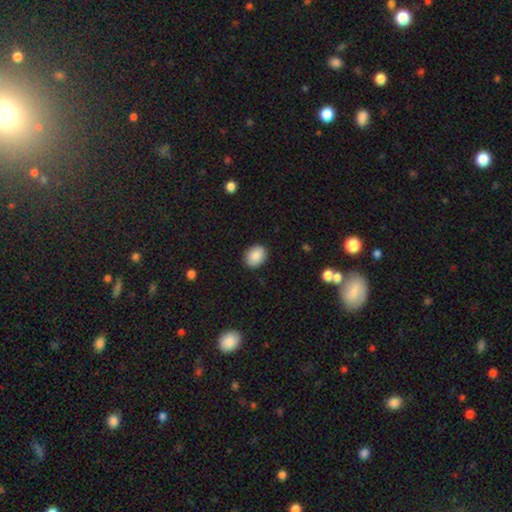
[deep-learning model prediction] A smooth galaxy with no disk features (87%) that is in between round and cigar-shaped (56%). Merging: none (89%).